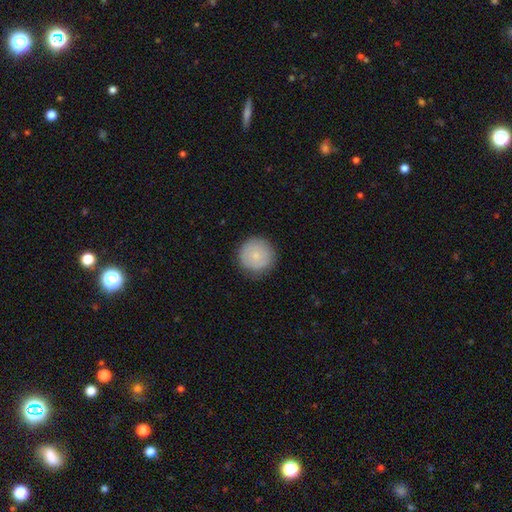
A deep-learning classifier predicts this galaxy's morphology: Overall: smooth (75%). How rounded: round (95%). Merging: none (82%).